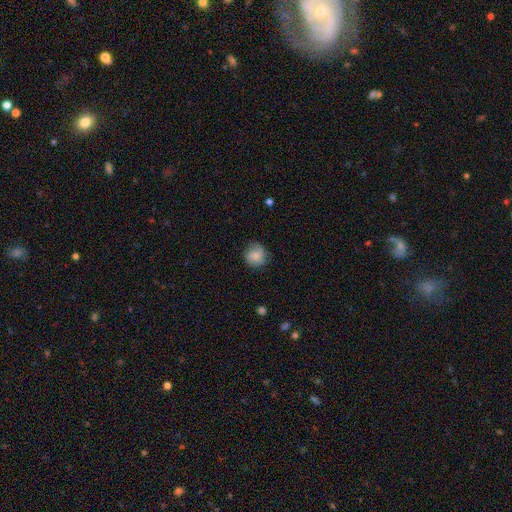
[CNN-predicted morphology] Smooth or featured: smooth — 71% (featured or disk — 21%)
How rounded: round — 88% (in between — 11%)
Merging: none — 75% (minor disturbance — 19%)